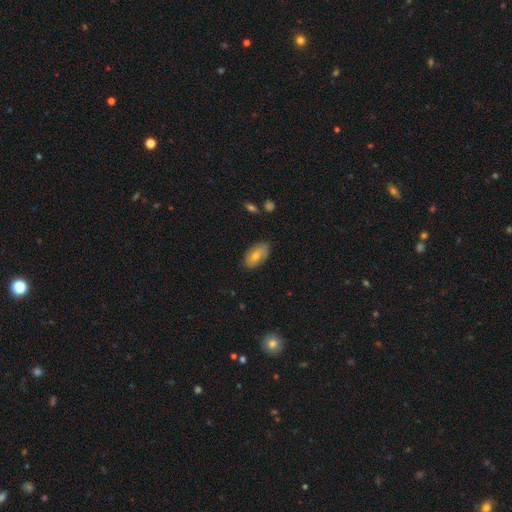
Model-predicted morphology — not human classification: Smooth or featured? smooth (66%)
How rounded? in between (92%)
Merging? none (81%)